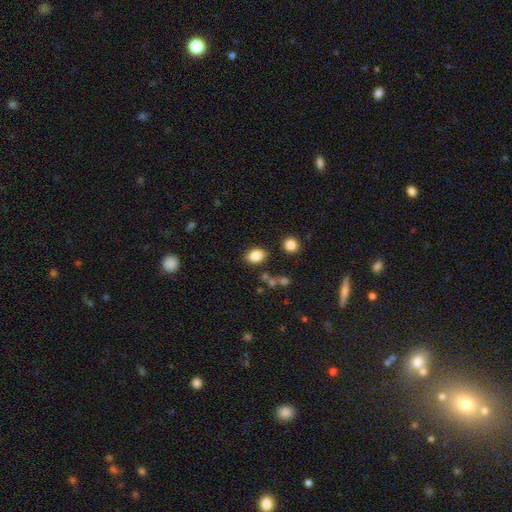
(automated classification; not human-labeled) This appears to be a smooth galaxy with no disk features (85%) that is in between round and cigar-shaped (73%). Merging: none (79%).